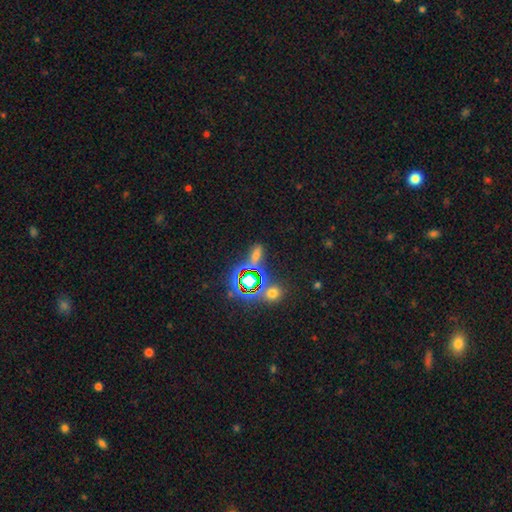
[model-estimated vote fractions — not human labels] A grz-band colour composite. It shows a star or artifact, not a galaxy (49%).